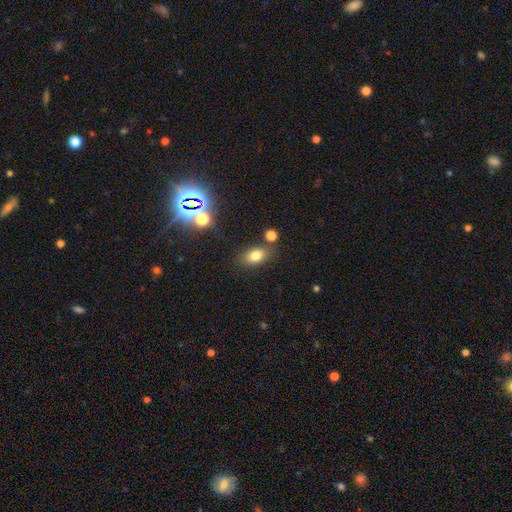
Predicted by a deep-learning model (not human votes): Smooth or featured? Predicted: smooth (p=0.77). How rounded? Predicted: in between (p=0.82). Merging? Predicted: none (p=0.75).